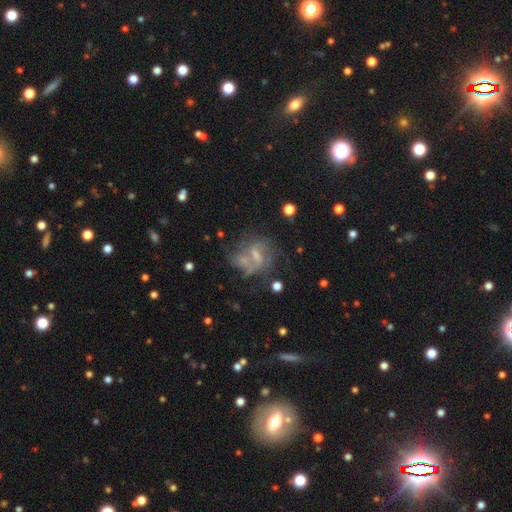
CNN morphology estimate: Smooth or featured? featured or disk (59%)
Edge-on disk? no (95%)
Bar? weak (46%)
Spiral arms? yes (66%)
Bulge size? small (43%)
Merging? none (49%)